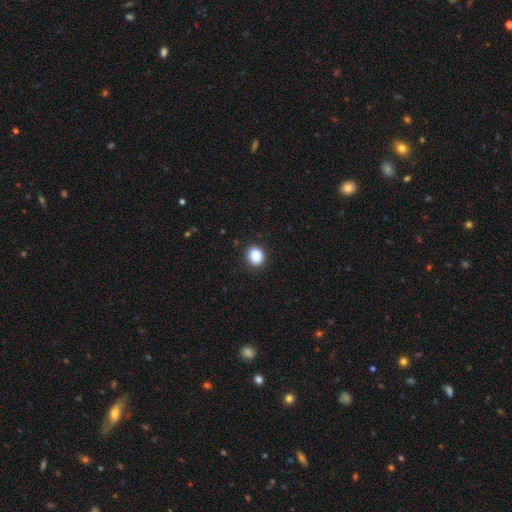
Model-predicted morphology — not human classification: A smooth galaxy with no disk features (89%) that is round (65%). Merging: none (89%).